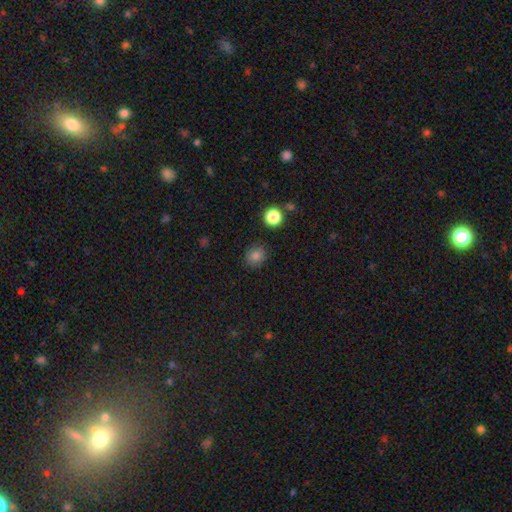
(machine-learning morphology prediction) Smooth or featured?
  - smooth: 81% *
  - star or artifact: 13%
  - featured or disk: 6%
How rounded?
  - round: 77% *
  - in between: 22%
  - cigar-shaped: 1%
Merging?
  - none: 86% *
  - minor disturbance: 9%
  - major disturbance: 3%
  - merger: 2%